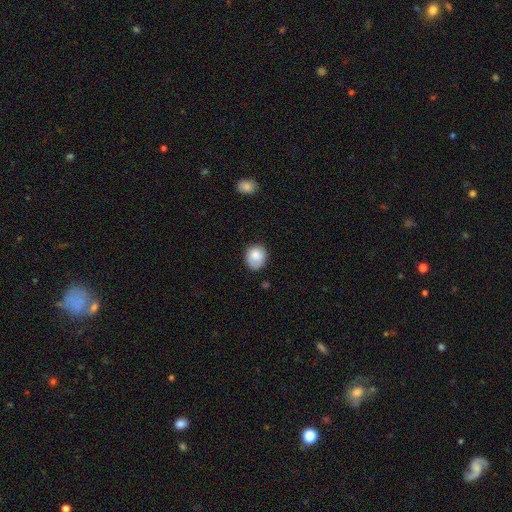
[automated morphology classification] Smooth or featured? smooth (84%)
How rounded? round (60%)
Merging? none (69%)